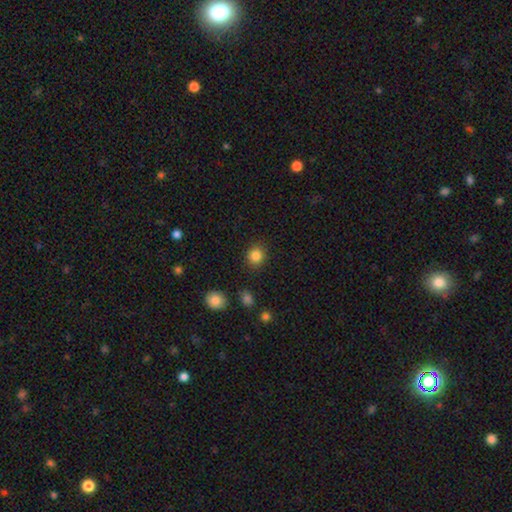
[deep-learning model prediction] Overall: smooth (84%). How rounded: round (84%). Merging: none (89%).